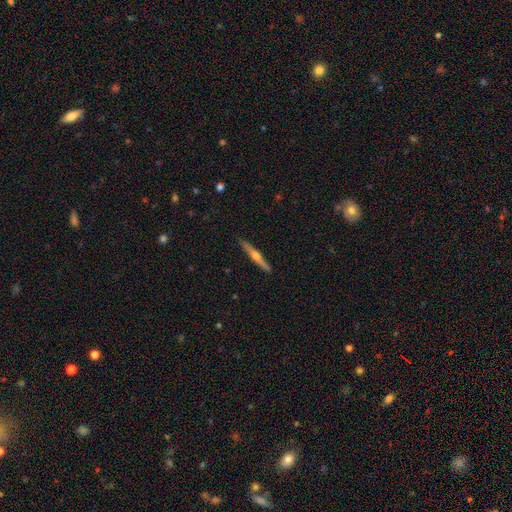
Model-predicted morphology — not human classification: A featured or disk galaxy (71%) viewed edge-on (98%) with a rounded central bulge (89%). Merging: none (91%).